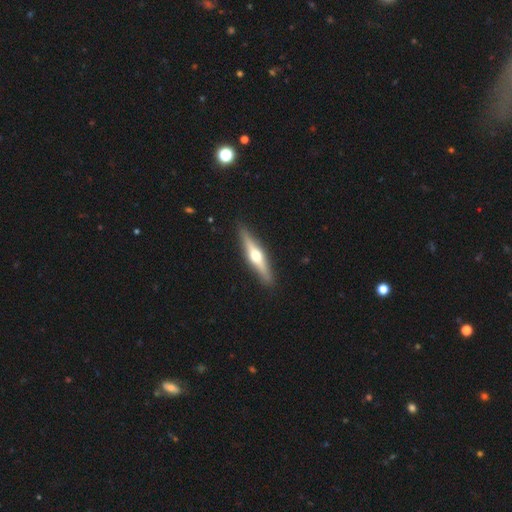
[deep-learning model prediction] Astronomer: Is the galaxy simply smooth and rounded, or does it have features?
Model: featured or disk — 66%.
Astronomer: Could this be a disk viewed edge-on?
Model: yes — 96%.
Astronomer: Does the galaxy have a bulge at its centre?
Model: rounded — 94%.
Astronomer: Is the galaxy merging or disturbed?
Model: none — 91%.